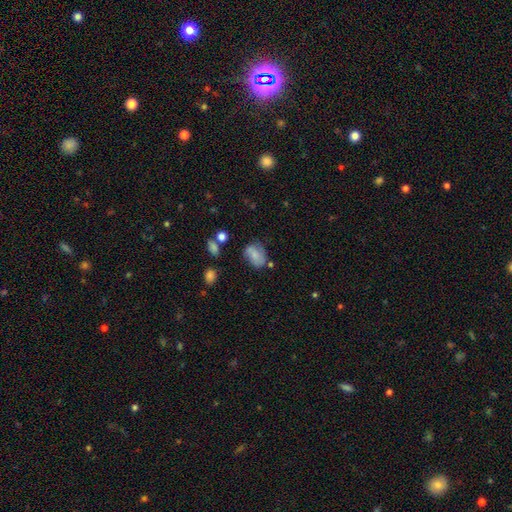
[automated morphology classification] type=smooth (68%); roundness=in between (75%); merging=none (50%).